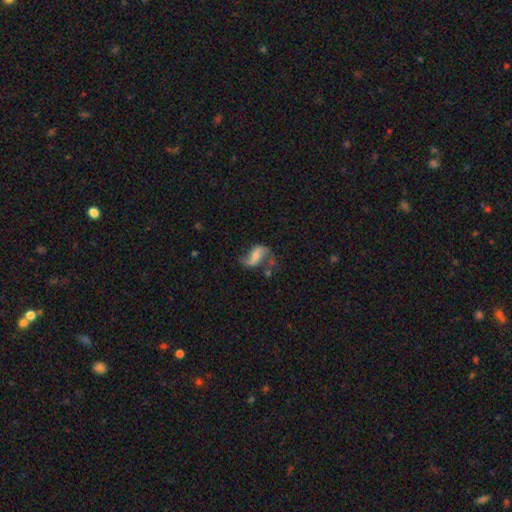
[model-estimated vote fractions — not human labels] Smooth or featured? featured or disk (78%)
Edge-on disk? no (97%)
Bar? weak (41%)
Spiral arms? yes (92%)
Spiral winding? loose (77%)
Spiral arm count? 2 (90%)
Bulge size? small (44%)
Merging? none (58%)